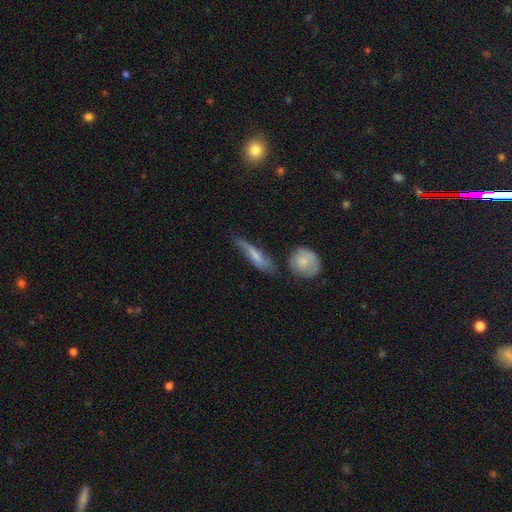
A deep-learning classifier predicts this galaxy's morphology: A smooth galaxy with no disk features (58%) that is cigar-shaped (72%).

Vote fractions:
- Smooth or featured? smooth: 58% / featured or disk: 35% / star or artifact: 7%
- How rounded? cigar-shaped: 72% / in between: 25% / round: 4%
- Merging? none: 48% / minor disturbance: 31% / major disturbance: 12% / merger: 9%